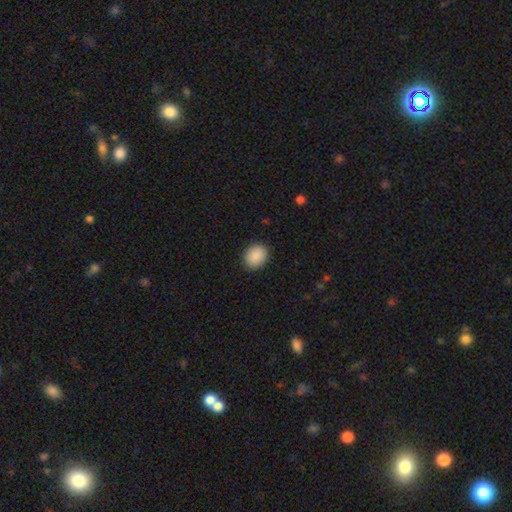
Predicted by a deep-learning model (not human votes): Overall: smooth (90%). How rounded: round (59%; in between 41%). Merging: none (89%).